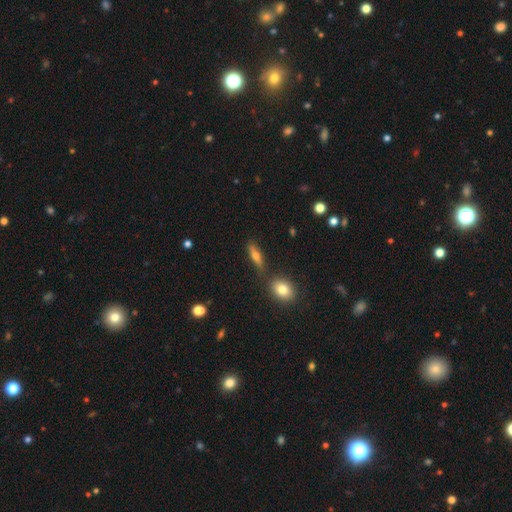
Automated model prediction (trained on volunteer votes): A smooth galaxy with no disk features (58%) that is cigar-shaped (57%). Merging: none (76%).